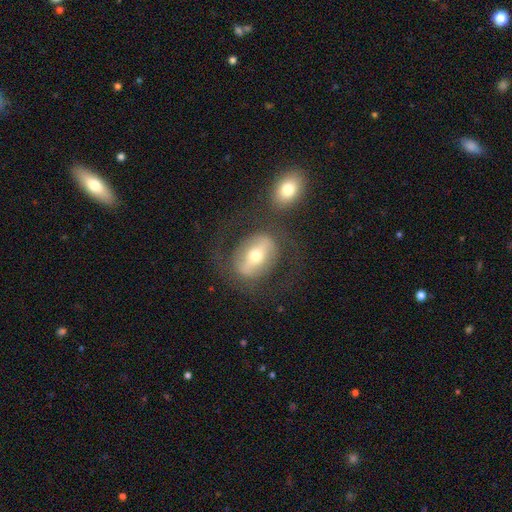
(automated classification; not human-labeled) Morphology: type=featured or disk (64%); edge-on=no (91%); bar=strong (57%); spiral arms=no (55%); bulge=moderate (64%); merging=none (62%).